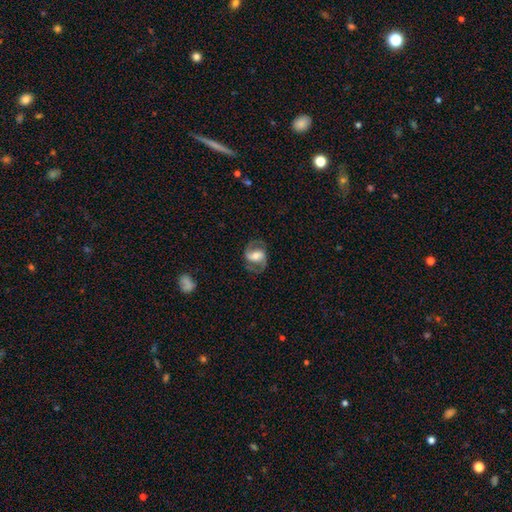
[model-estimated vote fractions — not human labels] A featured or disk galaxy (80%) with a weak bar (41%), 2 (91%) medium (55%) spiral arms (93%) and a moderate central bulge (57%). Merging: none (77%).